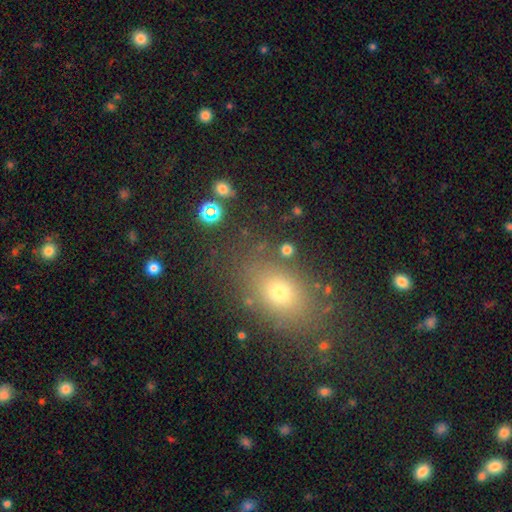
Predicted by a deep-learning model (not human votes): Smooth or featured: smooth — 67% (star or artifact — 21%)
How rounded: in between — 65% (round — 32%)
Merging: none — 82% (minor disturbance — 10%)